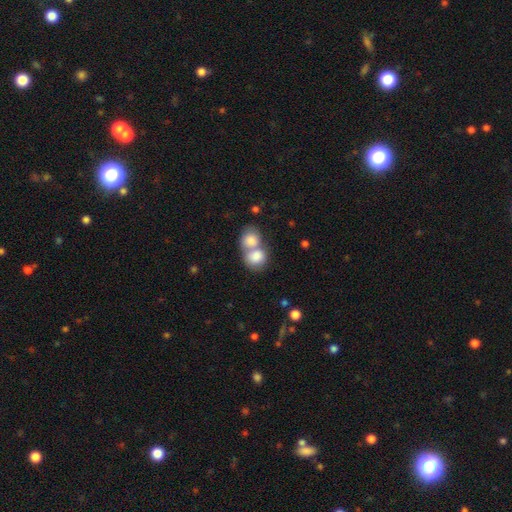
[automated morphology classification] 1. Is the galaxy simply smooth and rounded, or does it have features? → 81% smooth, 12% featured or disk, 7% star or artifact.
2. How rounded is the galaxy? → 61% round, 38% in between, 1% cigar-shaped.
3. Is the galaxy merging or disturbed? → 71% merger, 20% none, 6% minor disturbance, 3% major disturbance.